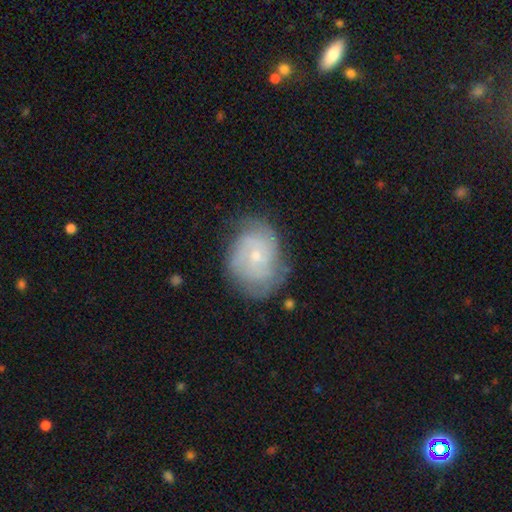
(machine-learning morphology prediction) smooth_or_featured: featured or disk (p=0.69) [alt: smooth p=0.24]
disk_edge_on: no (p=0.97) [alt: yes p=0.03]
bar: no (p=0.73) [alt: weak p=0.24]
has_spiral_arms: yes (p=0.87) [alt: no p=0.13]
spiral_winding: tight (p=0.55) [alt: medium p=0.34]
spiral_arm_count: can't tell (p=0.42) [alt: 2 p=0.22]
bulge_size: small (p=0.71) [alt: moderate p=0.25]
merging: none (p=0.65) [alt: minor disturbance p=0.24]